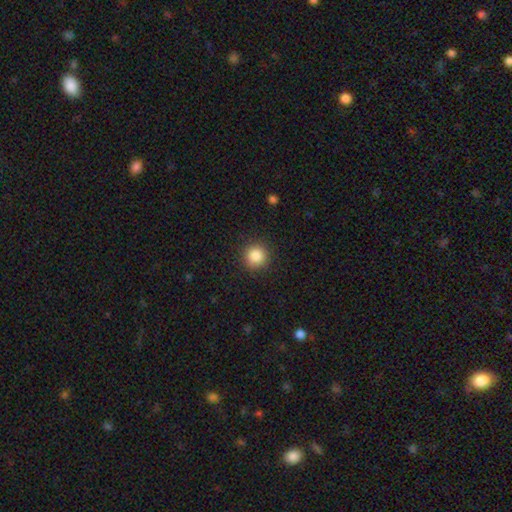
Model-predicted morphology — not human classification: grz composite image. It shows a smooth galaxy with no disk features (86%) that is round (94%). Merging: none (90%).